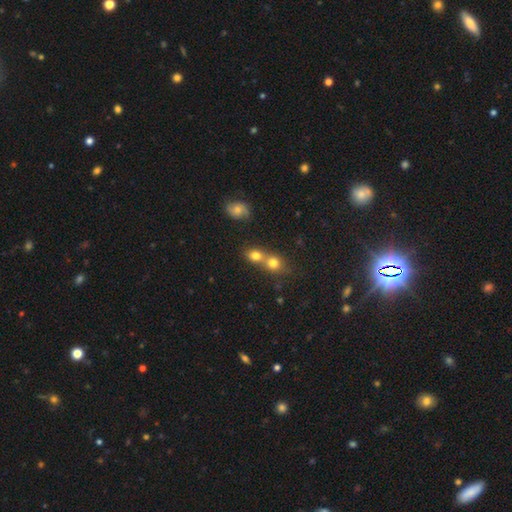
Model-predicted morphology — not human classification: A smooth galaxy with no disk features (74%) that is round (70%).

Vote fractions:
- Smooth or featured? smooth: 74% / featured or disk: 13% / star or artifact: 13%
- How rounded? round: 70% / in between: 28% / cigar-shaped: 2%
- Merging? merger: 56% / none: 34% / minor disturbance: 7% / major disturbance: 3%